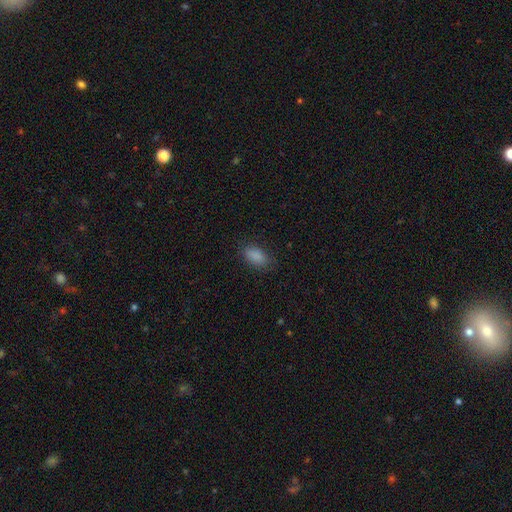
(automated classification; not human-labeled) Q: Smooth or featured?
A: smooth (88%); runner-up: star or artifact (8%)
Q: How rounded?
A: in between (91%); runner-up: round (5%)
Q: Merging?
A: none (81%); runner-up: minor disturbance (14%)